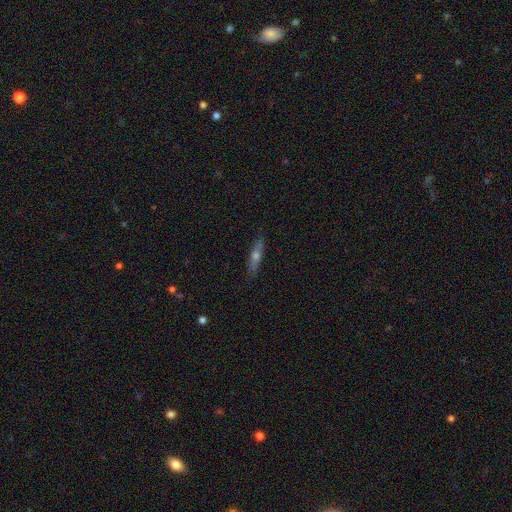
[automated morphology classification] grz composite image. It shows a featured or disk galaxy (50%) viewed edge-on (87%). Merging: none (87%).